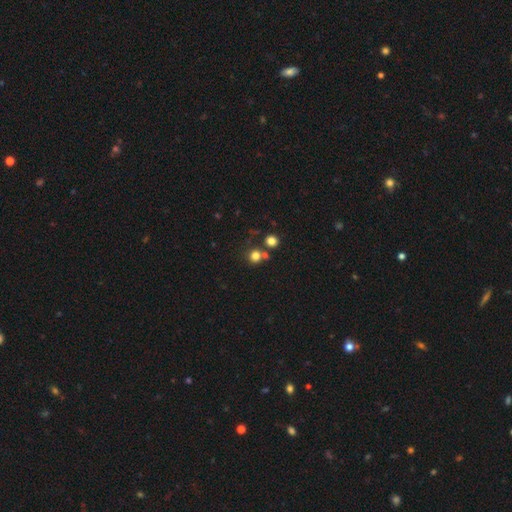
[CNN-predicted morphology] smooth_or_featured: smooth (p=0.77) [alt: star or artifact p=0.16]
how_rounded: round (p=0.89) [alt: in between p=0.10]
merging: none (p=0.65) [alt: merger p=0.23]